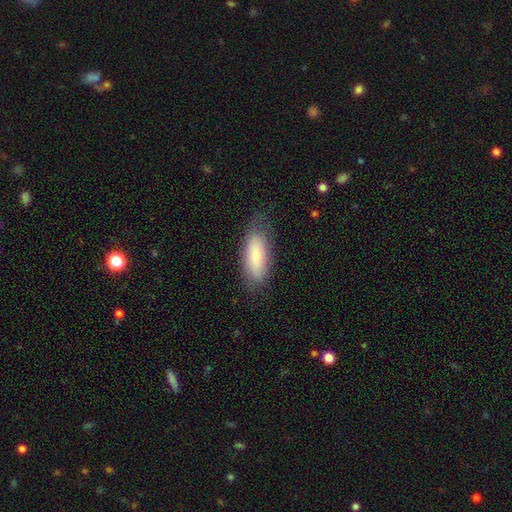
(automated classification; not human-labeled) Smooth or featured? Predicted: smooth (p=0.76). How rounded? Predicted: in between (p=0.77). Merging? Predicted: none (p=0.69).